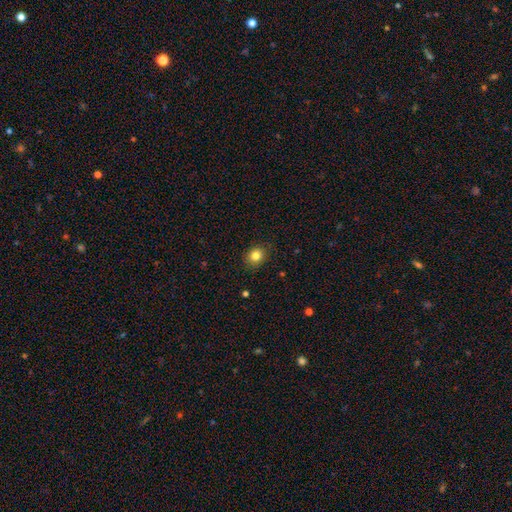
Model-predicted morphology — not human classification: smooth 83%, star or artifact 11%, featured or disk 6%. Down the decision tree: how rounded — round (68%); merging — none (88%).